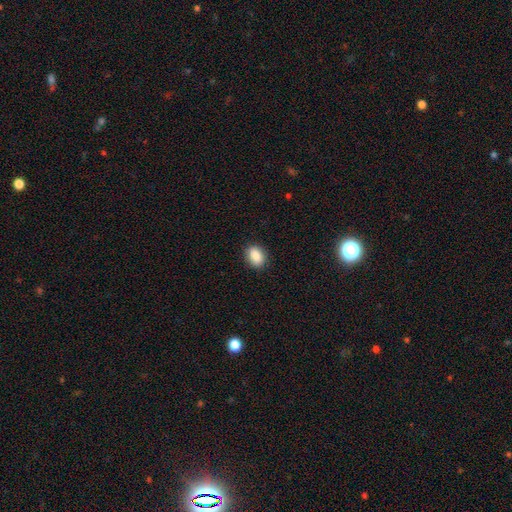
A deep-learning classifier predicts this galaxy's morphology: smooth_or_featured: smooth (p=0.87) [alt: star or artifact p=0.08]
how_rounded: in between (p=0.73) [alt: round p=0.26]
merging: none (p=0.88) [alt: minor disturbance p=0.09]